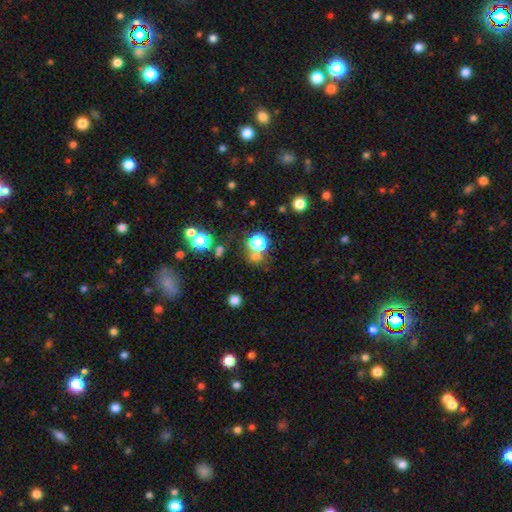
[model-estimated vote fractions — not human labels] Q: Smooth or featured?
A: star or artifact (58%); runner-up: smooth (34%)